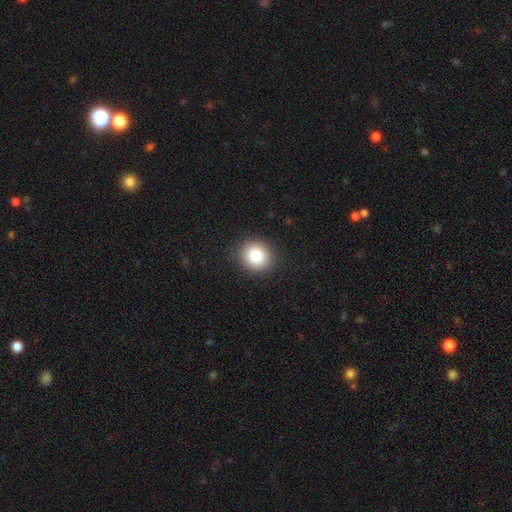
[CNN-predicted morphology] This is clearly a smooth galaxy (86%). How rounded: clearly round (84%). Merging: clearly none (90%).